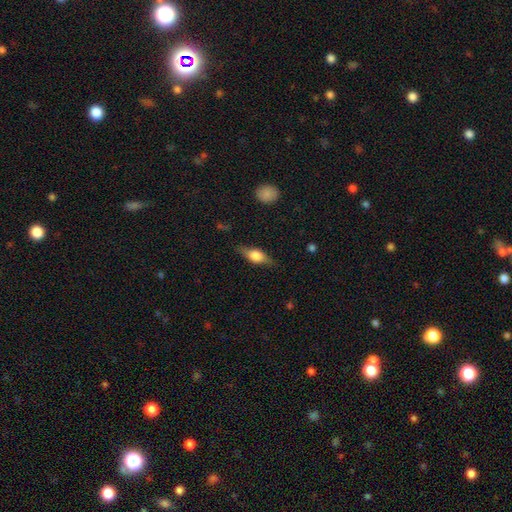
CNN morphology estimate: Smooth or featured: smooth — 47% (tied with featured or disk — 47%)
Merging: none — 79% (minor disturbance — 15%)